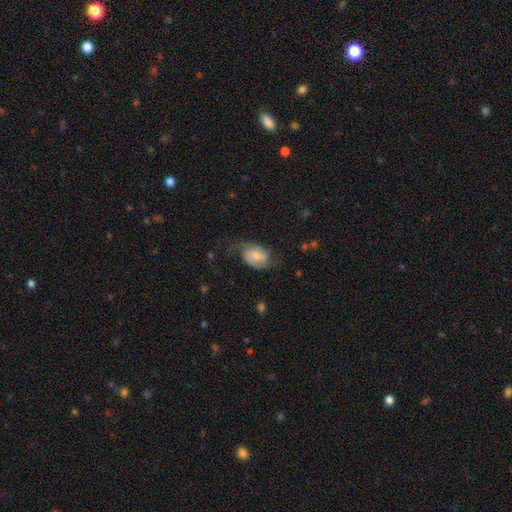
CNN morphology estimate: The model was most divided on "merging": none: 44%, minor disturbance: 29%, major disturbance: 25%, merger: 2%. More confident: how rounded — in between (79%); smooth or featured — smooth (54%).